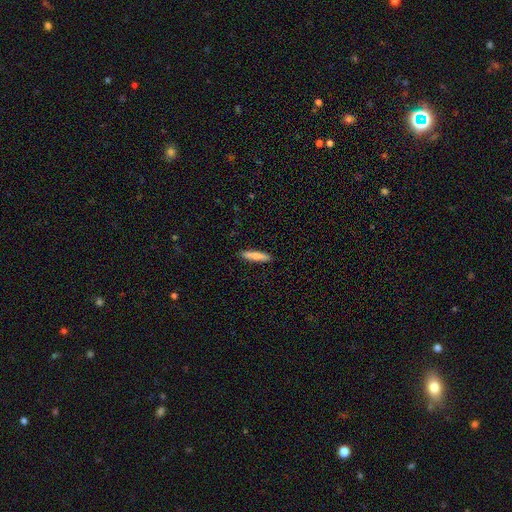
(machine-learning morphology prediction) A smooth galaxy with no disk features (83%) that is cigar-shaped (87%).

Vote fractions:
- Smooth or featured? smooth: 83% / featured or disk: 11% / star or artifact: 6%
- How rounded? cigar-shaped: 87% / in between: 12% / round: 1%
- Merging? none: 90% / minor disturbance: 7% / major disturbance: 2% / merger: 1%